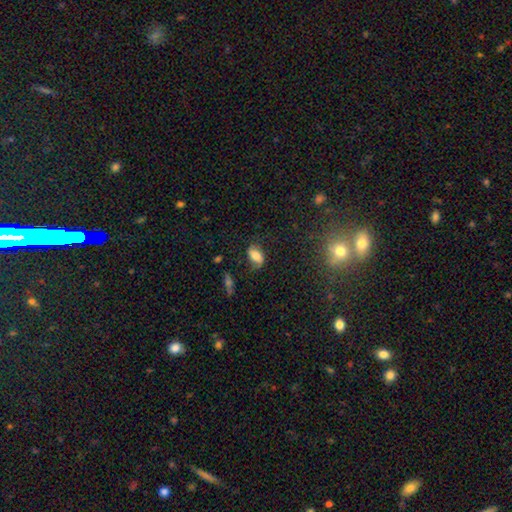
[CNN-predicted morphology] type=smooth (60%); roundness=in between (88%); merging=none (66%).